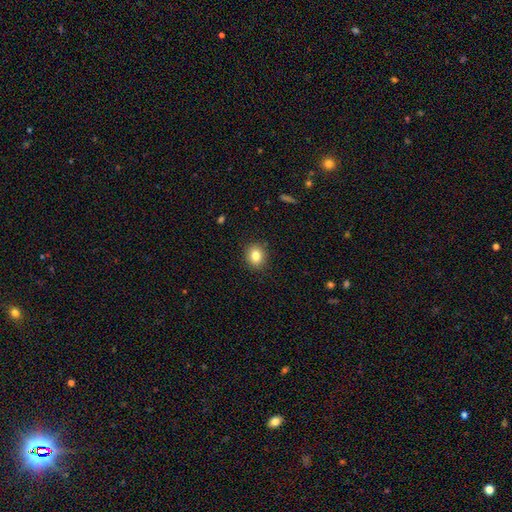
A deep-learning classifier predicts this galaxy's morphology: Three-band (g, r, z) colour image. It shows a smooth galaxy with no disk features (82%) that is round (71%). Merging: none (90%).